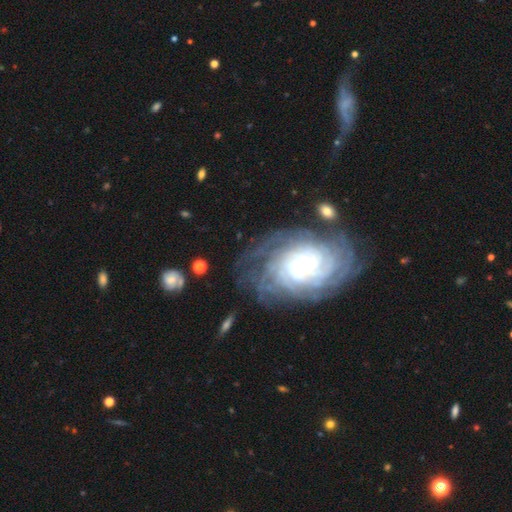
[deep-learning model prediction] Smooth or featured? Predicted: featured or disk (p=0.81). Edge-on disk? Predicted: no (p=0.96). Bar? Predicted: no (p=0.75). Spiral arms? Predicted: yes (p=0.94). Spiral winding? Predicted: tight (p=0.79). Spiral arm count? Predicted: can't tell (p=0.43). Bulge size? Predicted: small (p=0.54). Merging? Predicted: none (p=0.71).